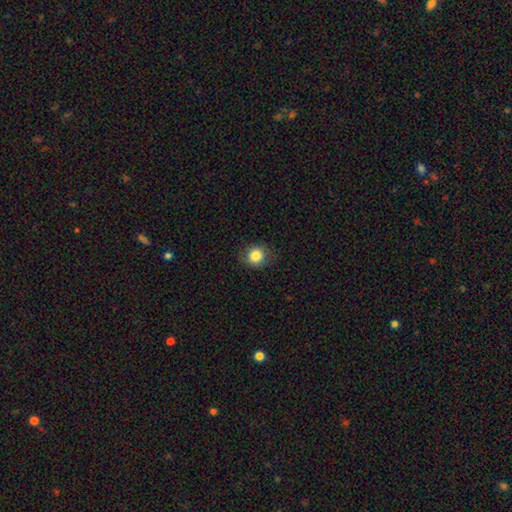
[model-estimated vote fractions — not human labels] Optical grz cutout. It shows a smooth galaxy with no disk features (83%) that is round (84%). Merging: none (85%).